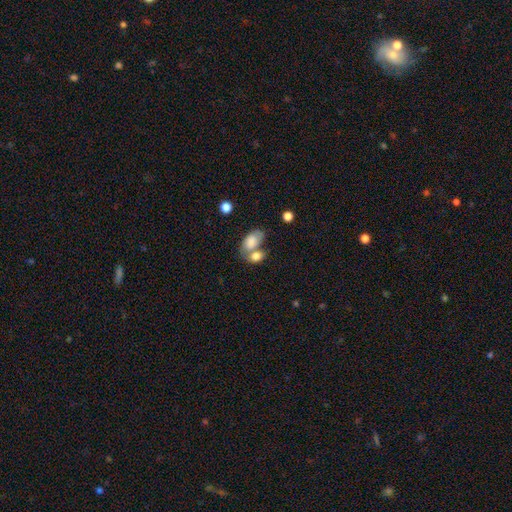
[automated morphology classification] smooth 80%, featured or disk 13%, star or artifact 7%. Down the decision tree: how rounded — in between (86%); merging — merger (56%).